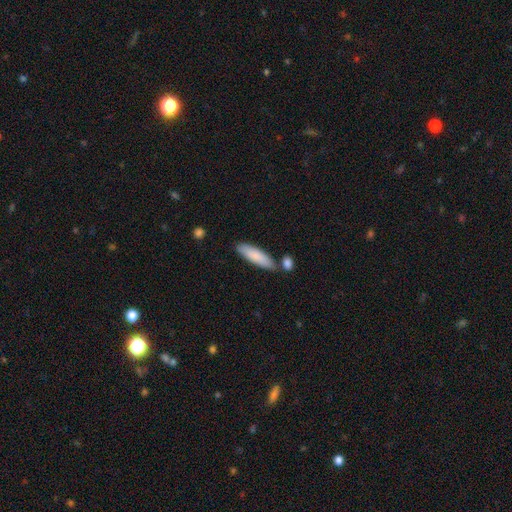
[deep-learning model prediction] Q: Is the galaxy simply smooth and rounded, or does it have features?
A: smooth — 84%.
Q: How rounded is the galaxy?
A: cigar-shaped — 63%.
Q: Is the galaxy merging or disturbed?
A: none — 74%.